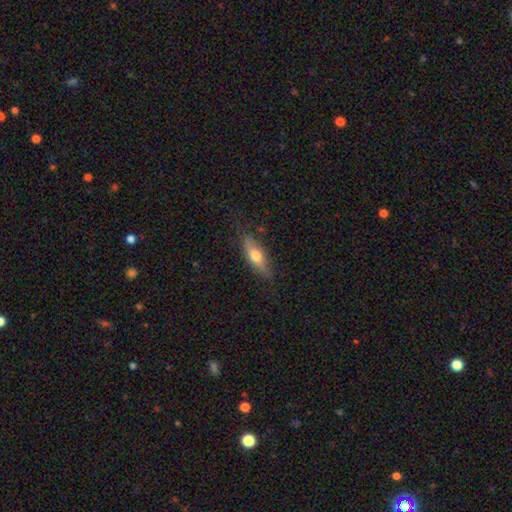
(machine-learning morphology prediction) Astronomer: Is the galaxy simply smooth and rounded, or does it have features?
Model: smooth — 64%.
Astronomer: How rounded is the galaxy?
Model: in between — 63%.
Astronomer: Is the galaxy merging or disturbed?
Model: none — 76%.